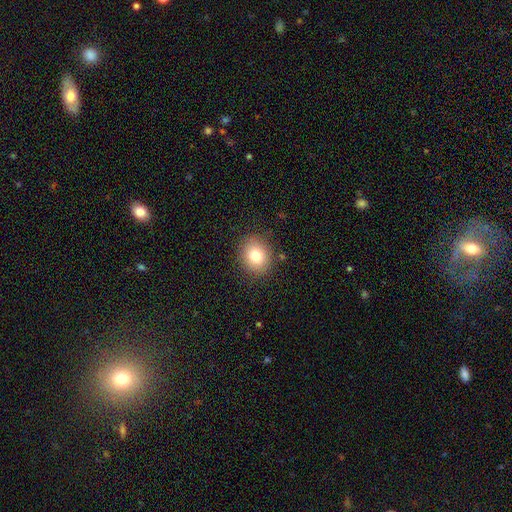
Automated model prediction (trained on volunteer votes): Morphology: type=smooth (79%); roundness=round (69%); merging=none (86%).